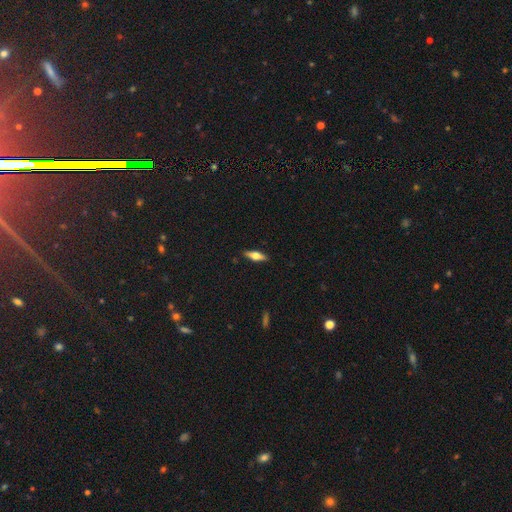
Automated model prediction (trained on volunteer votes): A featured or disk galaxy (49%).

Vote fractions:
- Smooth or featured? featured or disk: 49% / smooth: 45% / star or artifact: 6%
- Merging? none: 89% / minor disturbance: 8% / major disturbance: 2% / merger: 1%